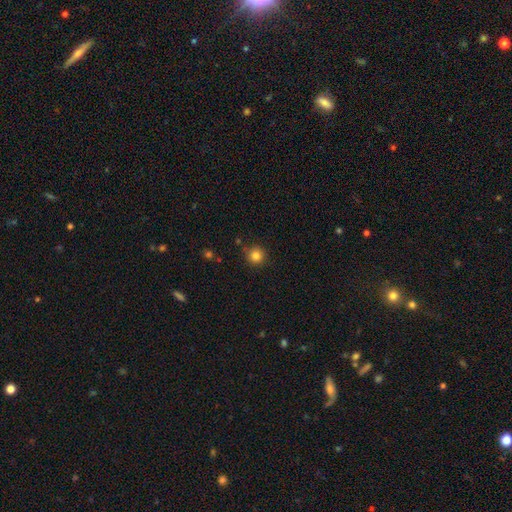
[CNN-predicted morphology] Smooth or featured: smooth — 84% (star or artifact — 12%)
How rounded: round — 95% (in between — 4%)
Merging: none — 83% (minor disturbance — 10%)